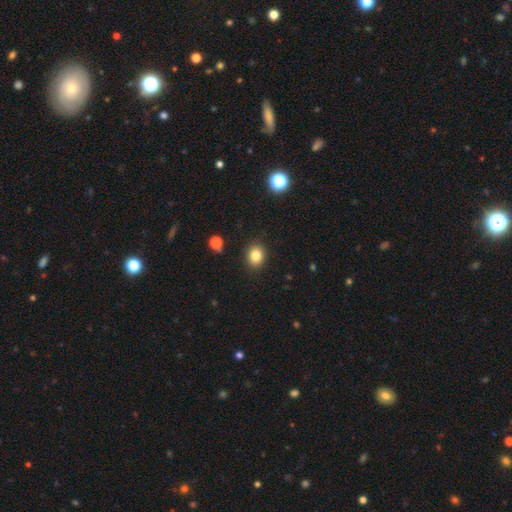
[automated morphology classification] Smooth or featured: smooth — 83% (star or artifact — 11%)
How rounded: round — 58% (in between — 41%)
Merging: none — 89% (minor disturbance — 8%)